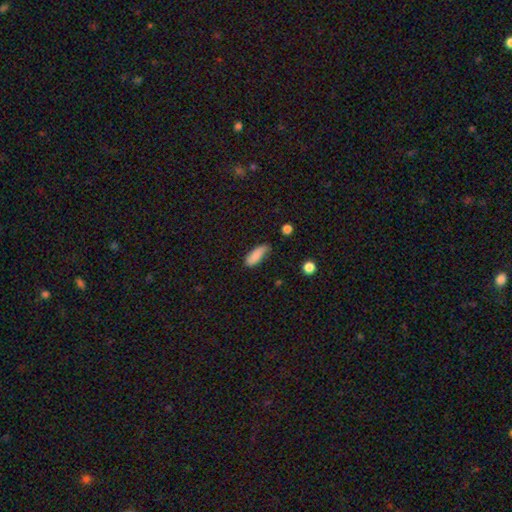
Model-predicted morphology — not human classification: A smooth galaxy with no disk features (83%) that is in between round and cigar-shaped (70%).

Vote fractions:
- Smooth or featured? smooth: 83% / featured or disk: 9% / star or artifact: 7%
- How rounded? in between: 70% / cigar-shaped: 28% / round: 2%
- Merging? none: 53% / minor disturbance: 35% / major disturbance: 8% / merger: 3%